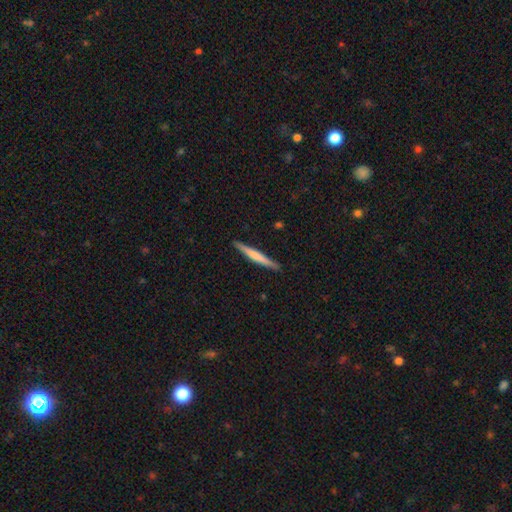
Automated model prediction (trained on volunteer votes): Smooth or featured: smooth — 54% (featured or disk — 41%)
How rounded: cigar-shaped — 96% (in between — 3%)
Merging: none — 91% (minor disturbance — 7%)